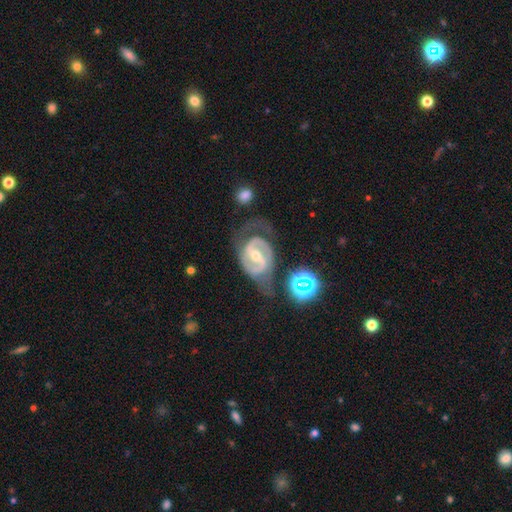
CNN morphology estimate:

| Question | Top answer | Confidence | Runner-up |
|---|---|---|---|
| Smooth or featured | featured or disk | 89% | smooth (6%) |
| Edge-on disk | no | 97% | yes (3%) |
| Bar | strong | 50% | weak (37%) |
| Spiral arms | yes | 95% | no (5%) |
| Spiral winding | medium | 52% | tight (32%) |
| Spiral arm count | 2 | 90% | can't tell (5%) |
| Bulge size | moderate | 53% | small (43%) |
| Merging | none | 58% | minor disturbance (22%) |